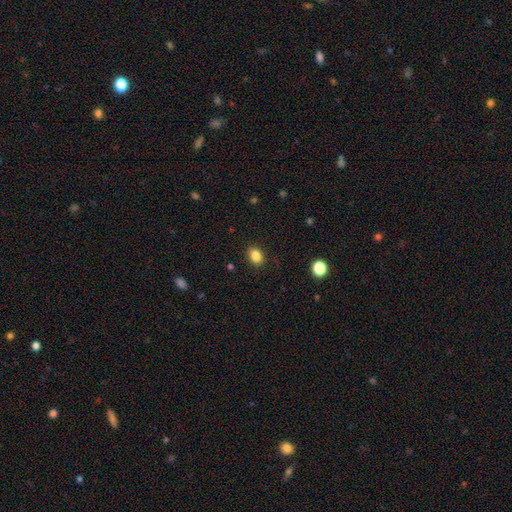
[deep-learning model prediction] smooth-or-featured: smooth: 86% | star or artifact: 10% | featured or disk: 4%
  how-rounded: in between: 65% | round: 34% | cigar-shaped: 1%
  merging: none: 88% | minor disturbance: 8% | major disturbance: 2% | merger: 1%